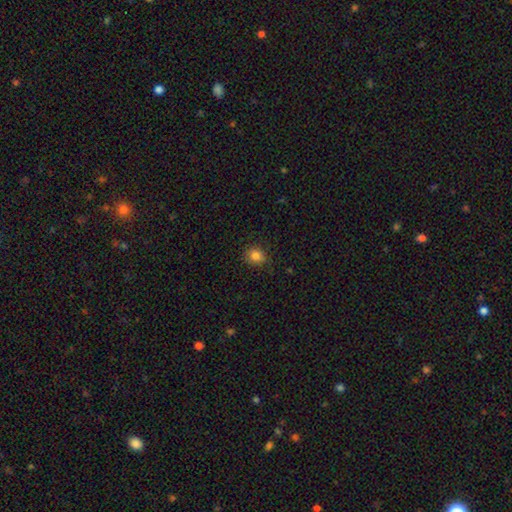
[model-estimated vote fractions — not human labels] smooth_or_featured: smooth (p=0.84) [alt: star or artifact p=0.12]
how_rounded: round (p=0.70) [alt: in between p=0.29]
merging: none (p=0.84) [alt: minor disturbance p=0.12]